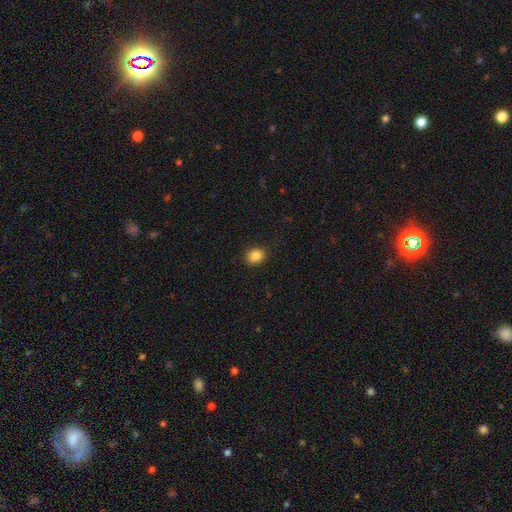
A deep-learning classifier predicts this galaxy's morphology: Q: Smooth or featured?
A: smooth (86%); runner-up: star or artifact (10%)
Q: How rounded?
A: round (60%); runner-up: in between (39%)
Q: Merging?
A: none (87%); runner-up: minor disturbance (10%)